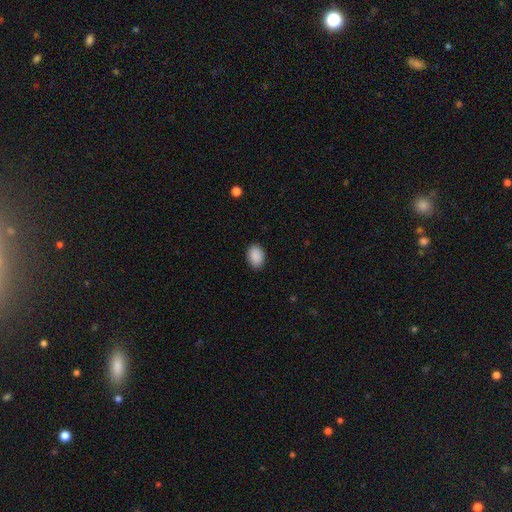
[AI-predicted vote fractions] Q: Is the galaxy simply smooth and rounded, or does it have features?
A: smooth — 90%.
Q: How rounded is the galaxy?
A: in between — 78%.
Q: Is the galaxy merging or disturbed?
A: none — 88%.